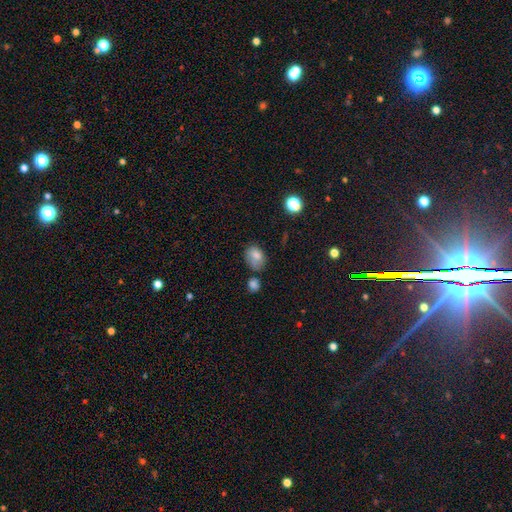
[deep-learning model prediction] A smooth galaxy with no disk features (77%) that is in between round and cigar-shaped (73%).

Vote fractions:
- Smooth or featured? smooth: 77% / featured or disk: 12% / star or artifact: 11%
- How rounded? in between: 73% / round: 26% / cigar-shaped: 1%
- Merging? none: 46% / minor disturbance: 30% / merger: 12% / major disturbance: 11%